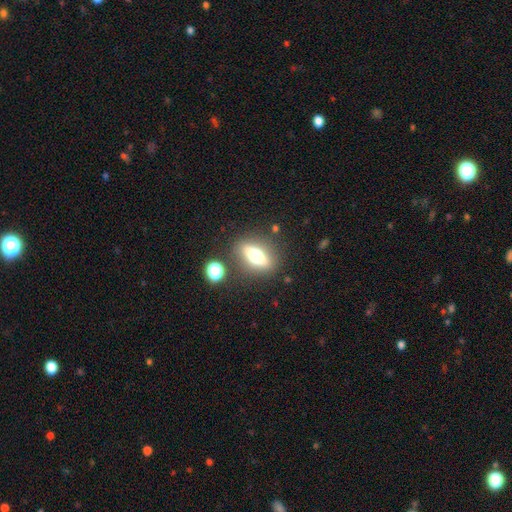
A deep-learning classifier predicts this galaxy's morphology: Overall: smooth (45%; featured or disk 44%). Merging: none (82%).